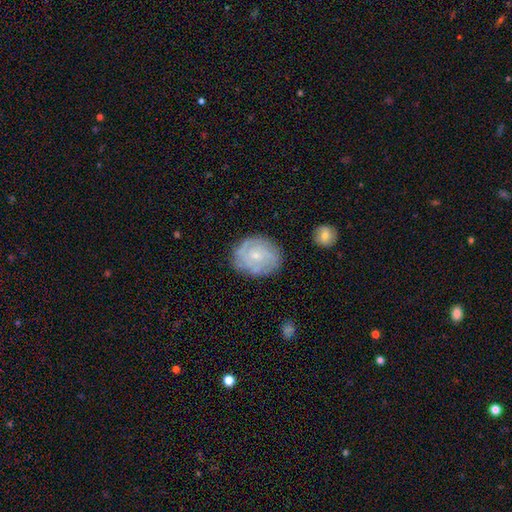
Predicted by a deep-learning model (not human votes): This is likely a featured or disk galaxy (73%). It is clearly not viewed edge-on (98%). Bar: likely no (68%). Spiral arm pattern: clearly yes (92%). Spiral arm count: marginally can't tell (33%). Spiral winding: likely tight (66%). Central bulge: likely small (75%). Merging: likely none (80%).